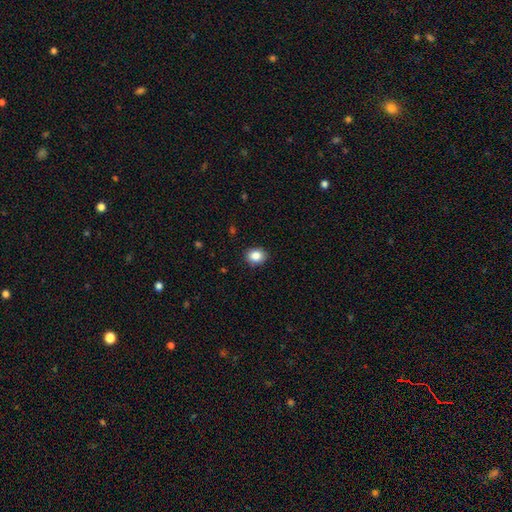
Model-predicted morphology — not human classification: The model was most divided on "how rounded": round: 62%, in between: 37%, cigar-shaped: 1%. More confident: merging — none (89%); smooth or featured — smooth (86%).